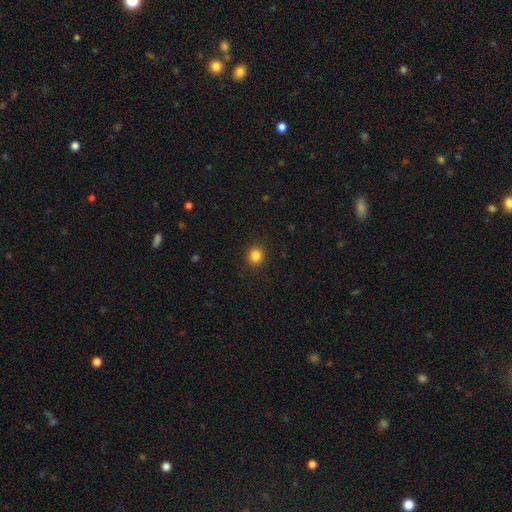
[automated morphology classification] A smooth galaxy with no disk features (85%) that is round (89%). Merging: none (92%).